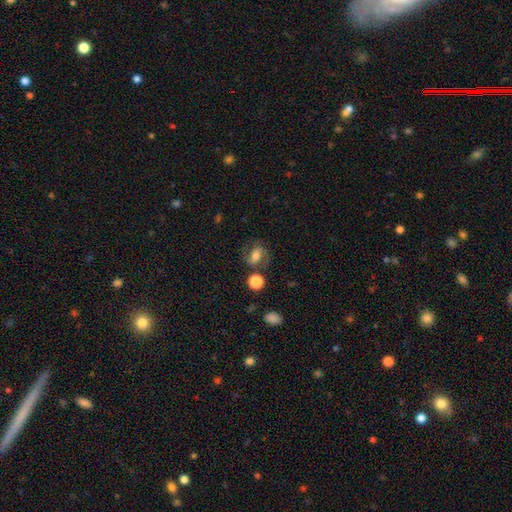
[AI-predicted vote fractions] Q: Smooth or featured?
A: featured or disk (51%); runner-up: smooth (38%)
Q: Edge-on disk?
A: no (96%); runner-up: yes (4%)
Q: Merging?
A: none (67%); runner-up: minor disturbance (17%)